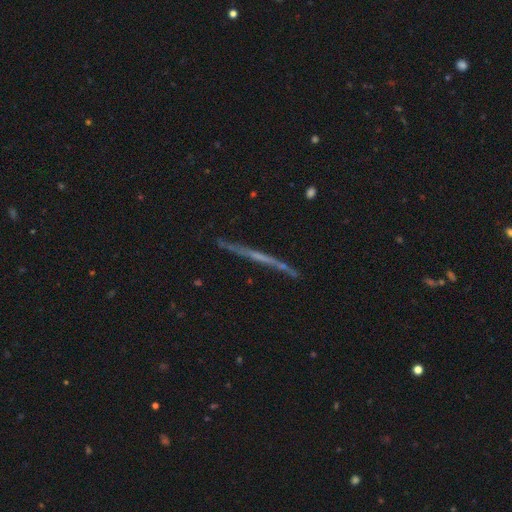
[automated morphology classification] This is likely a featured or disk galaxy (69%). It is clearly viewed edge-on (96%). Edge-on bulge: likely none (73%). Merging: clearly none (86%).